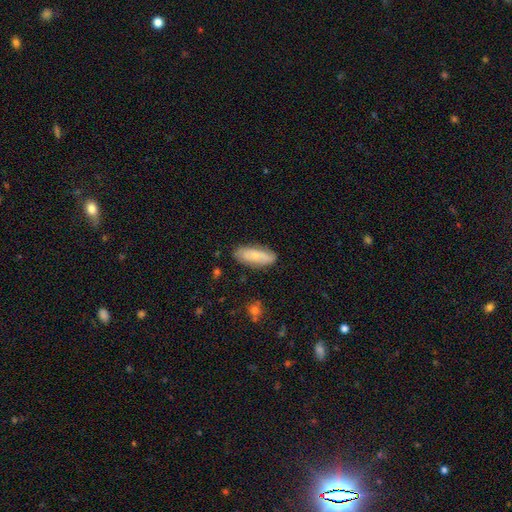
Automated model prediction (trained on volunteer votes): A smooth galaxy with no disk features (64%) that is in between round and cigar-shaped (70%). Merging: none (82%).